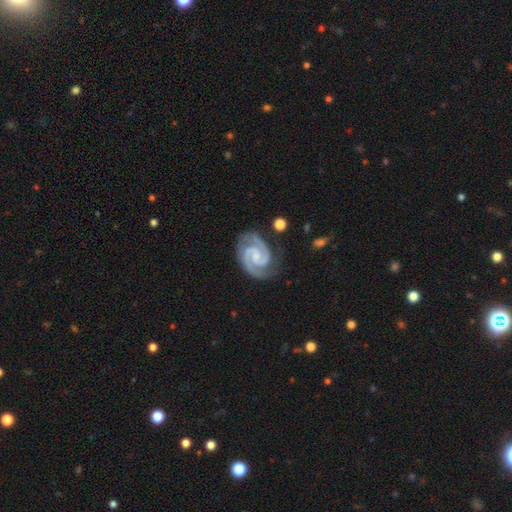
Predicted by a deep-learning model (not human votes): Smooth or featured? featured or disk (93%)
Edge-on disk? no (98%)
Bar? no (48%)
Spiral arms? yes (99%)
Spiral winding? tight (58%)
Spiral arm count? 2 (93%)
Bulge size? small (50%)
Merging? none (82%)